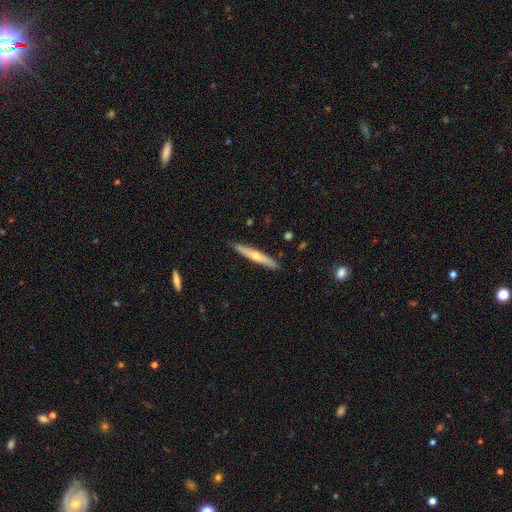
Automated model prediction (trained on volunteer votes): Q: Smooth or featured?
A: featured or disk (54%); runner-up: smooth (41%)
Q: Edge-on disk?
A: yes (93%); runner-up: no (7%)
Q: Merging?
A: none (89%); runner-up: minor disturbance (8%)